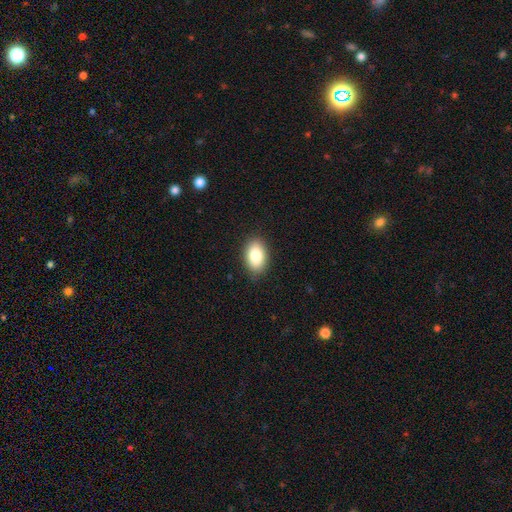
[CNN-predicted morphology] smooth-or-featured: smooth: 84% | featured or disk: 8% | star or artifact: 7%
  how-rounded: in between: 90% | round: 9% | cigar-shaped: 1%
  merging: none: 87% | minor disturbance: 10% | major disturbance: 2% | merger: 1%